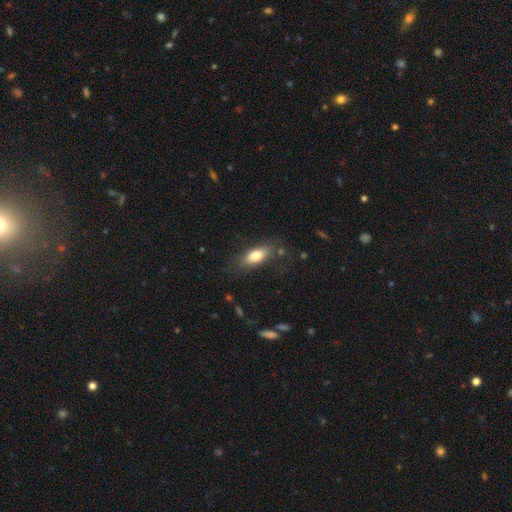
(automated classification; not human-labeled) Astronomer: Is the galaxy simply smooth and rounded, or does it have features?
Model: smooth — 77%.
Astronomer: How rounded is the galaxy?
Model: in between — 79%.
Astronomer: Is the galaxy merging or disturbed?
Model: none — 71%.